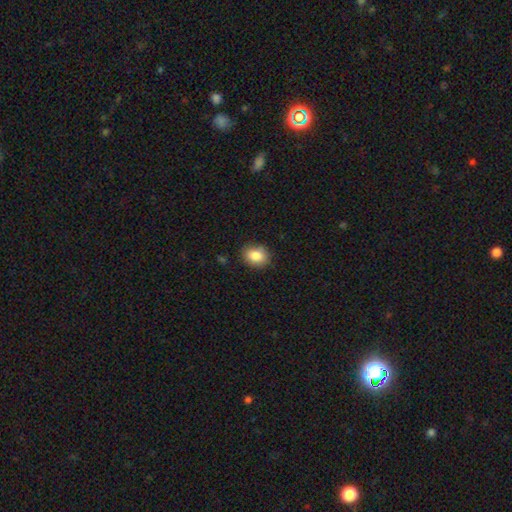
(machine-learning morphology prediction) Q: Smooth or featured?
A: smooth (86%); runner-up: star or artifact (8%)
Q: How rounded?
A: in between (62%); runner-up: round (37%)
Q: Merging?
A: none (83%); runner-up: minor disturbance (13%)